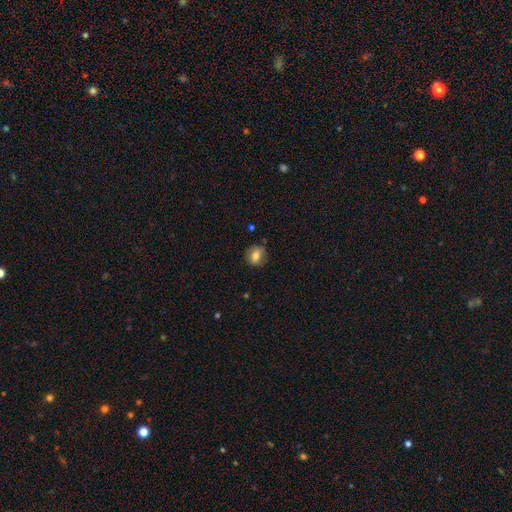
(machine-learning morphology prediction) Overall: smooth (77%). How rounded: round (65%; in between 34%). Merging: none (78%).